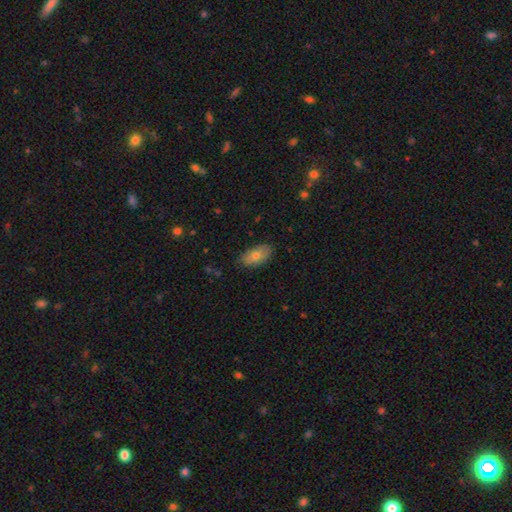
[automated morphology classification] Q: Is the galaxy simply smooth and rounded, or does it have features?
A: smooth — 71%.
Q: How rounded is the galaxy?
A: in between — 91%.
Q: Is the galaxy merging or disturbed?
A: none — 83%.